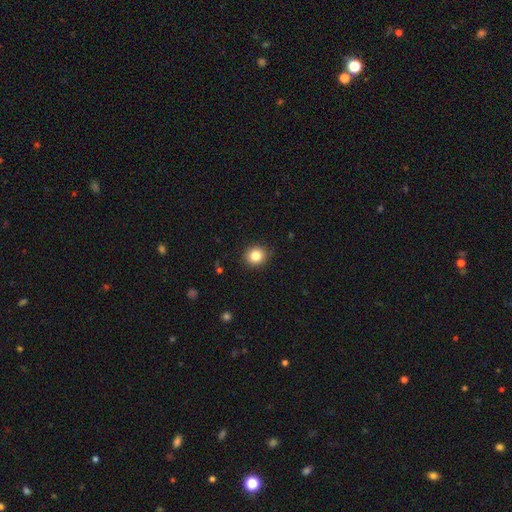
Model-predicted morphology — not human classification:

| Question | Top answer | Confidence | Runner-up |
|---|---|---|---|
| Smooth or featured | smooth | 83% | star or artifact (11%) |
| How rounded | round | 86% | in between (13%) |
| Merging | none | 90% | minor disturbance (7%) |